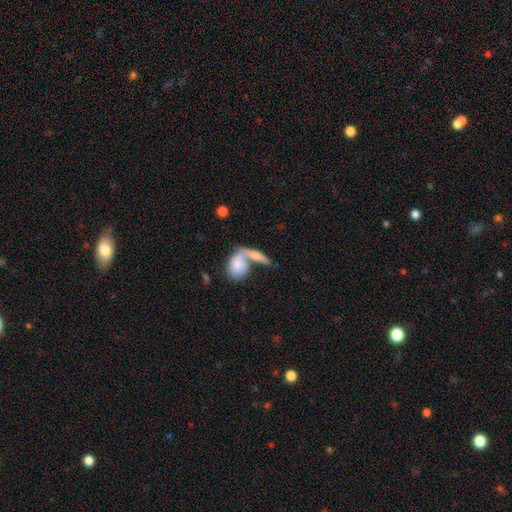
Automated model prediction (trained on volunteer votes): smooth 66%, featured or disk 27%, star or artifact 7%. Down the decision tree: how rounded — in between (56%); merging — merger (59%).